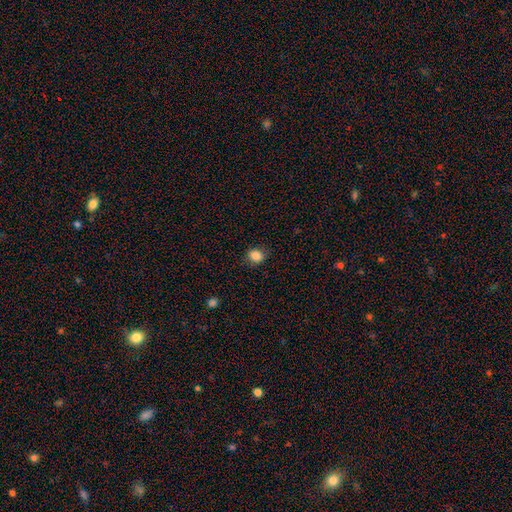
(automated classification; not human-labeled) Smooth or featured? smooth (86%)
How rounded? round (59%)
Merging? none (83%)